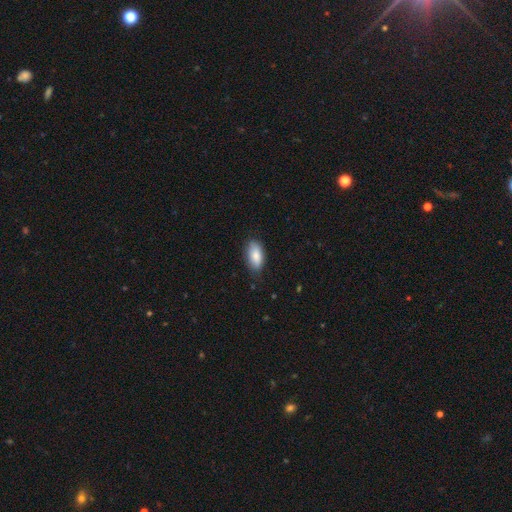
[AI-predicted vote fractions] Overall: smooth (85%). How rounded: in between (90%). Merging: none (78%).